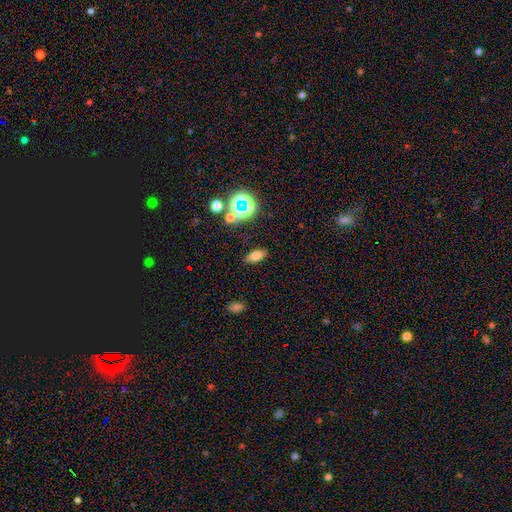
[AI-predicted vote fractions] A smooth galaxy with no disk features (69%) that is in between round and cigar-shaped (81%).

Vote fractions:
- Smooth or featured? smooth: 69% / star or artifact: 17% / featured or disk: 14%
- How rounded? in between: 81% / cigar-shaped: 11% / round: 7%
- Merging? none: 85% / minor disturbance: 9% / major disturbance: 3% / merger: 3%